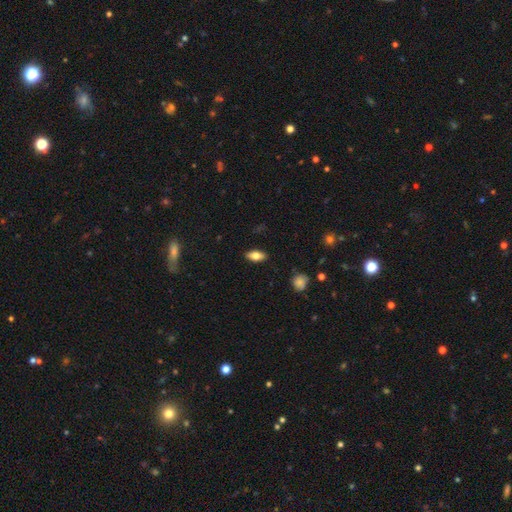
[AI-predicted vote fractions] Q: Smooth or featured?
A: smooth (75%); runner-up: featured or disk (17%)
Q: How rounded?
A: in between (87%); runner-up: cigar-shaped (10%)
Q: Merging?
A: none (88%); runner-up: minor disturbance (9%)